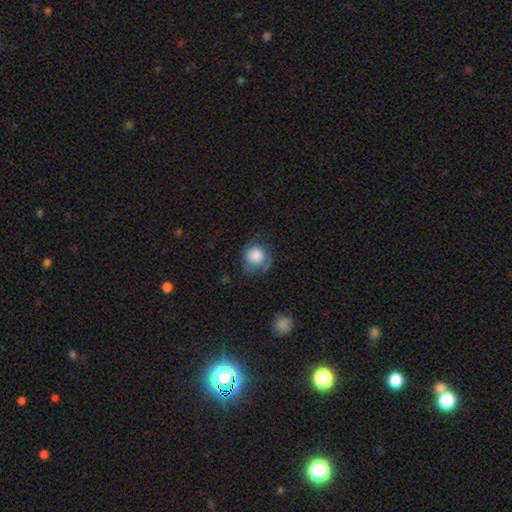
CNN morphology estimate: Smooth or featured?
  - smooth: 71% *
  - featured or disk: 20%
  - star or artifact: 8%
How rounded?
  - round: 85% *
  - in between: 14%
  - cigar-shaped: 1%
Merging?
  - none: 52% *
  - minor disturbance: 27%
  - major disturbance: 19%
  - merger: 2%